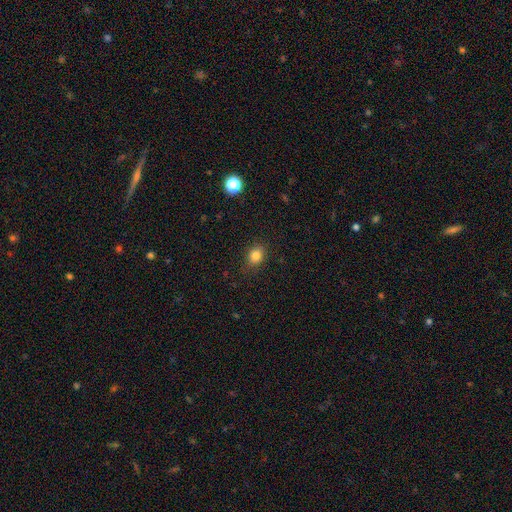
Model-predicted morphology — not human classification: Overall: smooth (83%). How rounded: round (51%; in between 48%). Merging: none (84%).